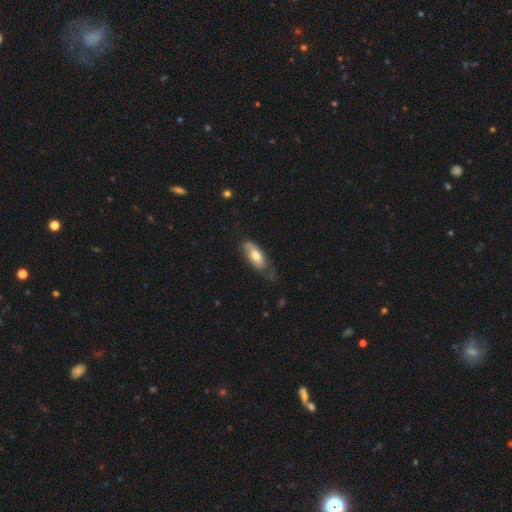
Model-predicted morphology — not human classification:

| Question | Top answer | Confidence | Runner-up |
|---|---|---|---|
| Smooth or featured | smooth | 63% | featured or disk (31%) |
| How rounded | in between | 80% | cigar-shaped (18%) |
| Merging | none | 51% | minor disturbance (34%) |